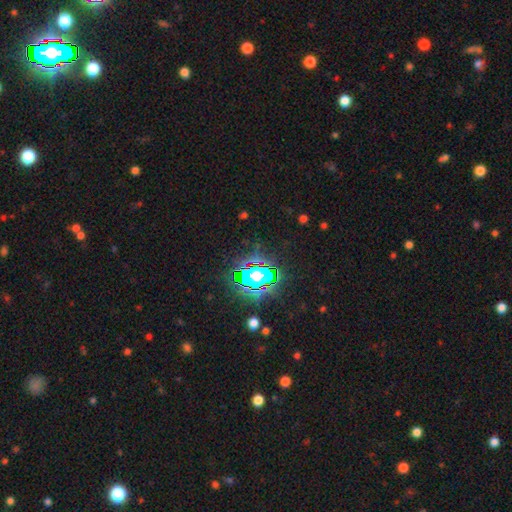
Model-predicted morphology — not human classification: A star or artifact, not a galaxy (81%).

Vote fractions:
- Smooth or featured? star or artifact: 81% / smooth: 11% / featured or disk: 8%